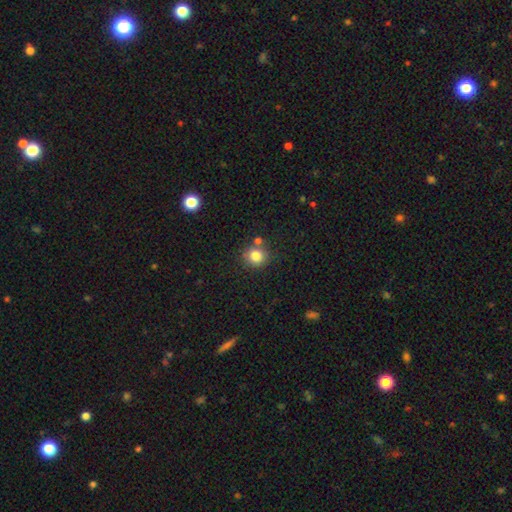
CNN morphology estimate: smooth 82%, star or artifact 11%, featured or disk 7%. Down the decision tree: how rounded — round (87%); merging — none (73%).